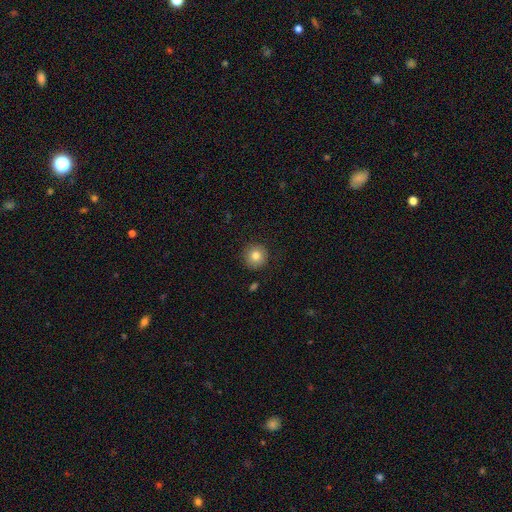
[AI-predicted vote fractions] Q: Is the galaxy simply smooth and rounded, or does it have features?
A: smooth — 81%.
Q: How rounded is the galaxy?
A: round — 95%.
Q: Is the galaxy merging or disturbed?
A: none — 90%.